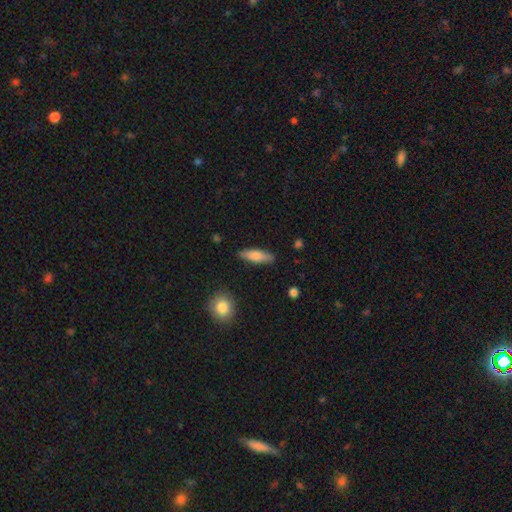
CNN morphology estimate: Smooth or featured?
  - smooth: 76% *
  - featured or disk: 18%
  - star or artifact: 6%
How rounded?
  - cigar-shaped: 53% *
  - in between: 45%
  - round: 2%
Merging?
  - none: 86% *
  - minor disturbance: 10%
  - major disturbance: 2%
  - merger: 2%